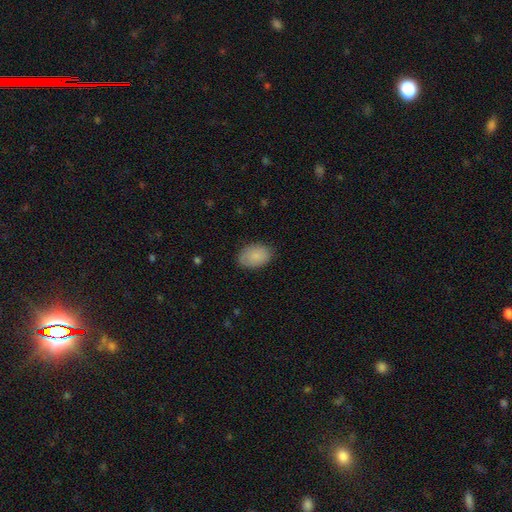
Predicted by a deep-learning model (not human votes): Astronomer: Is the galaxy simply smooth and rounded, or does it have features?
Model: smooth — 87%.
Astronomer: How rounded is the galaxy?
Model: in between — 86%.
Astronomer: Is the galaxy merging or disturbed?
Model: none — 82%.